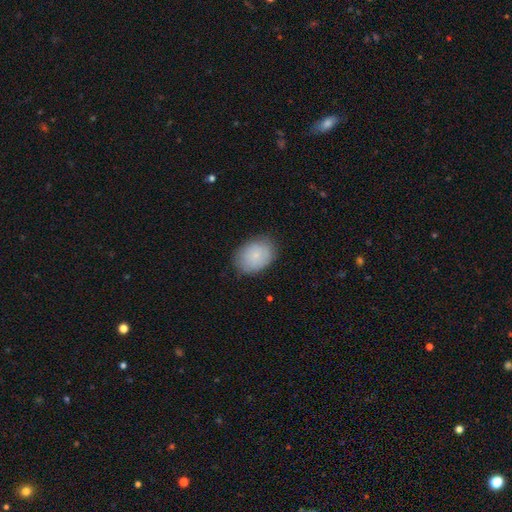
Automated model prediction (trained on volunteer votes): smooth_or_featured: smooth (p=0.80) [alt: featured or disk p=0.13]
how_rounded: in between (p=0.74) [alt: round p=0.25]
merging: none (p=0.80) [alt: minor disturbance p=0.16]